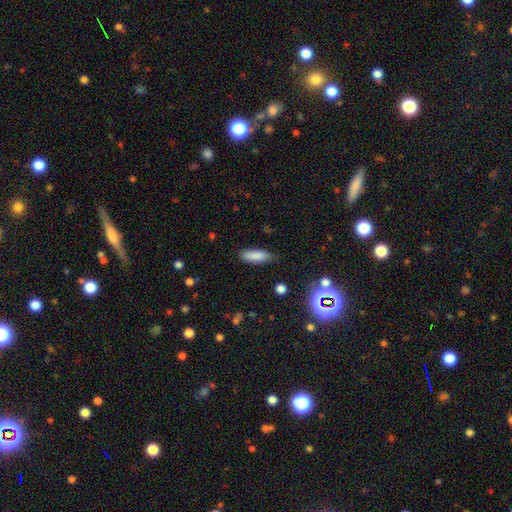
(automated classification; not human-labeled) Smooth or featured? Predicted: smooth (p=0.83). How rounded? Predicted: in between (p=0.56). Merging? Predicted: none (p=0.76).